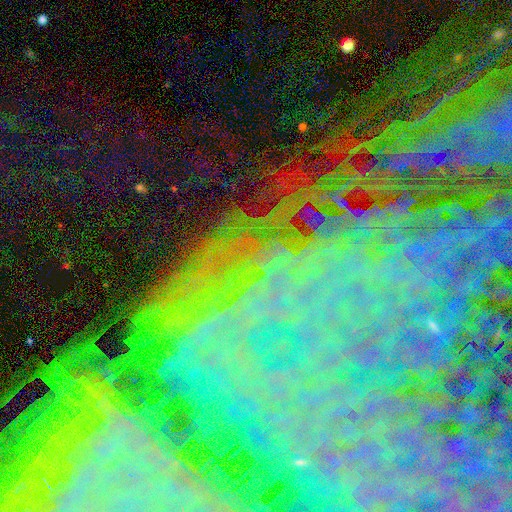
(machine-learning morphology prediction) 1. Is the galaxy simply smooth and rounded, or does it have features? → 68% star or artifact, 21% featured or disk, 11% smooth.